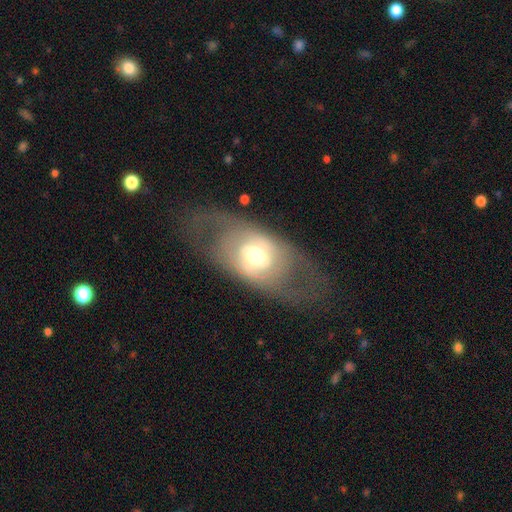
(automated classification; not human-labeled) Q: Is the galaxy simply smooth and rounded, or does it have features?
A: featured or disk — 66%.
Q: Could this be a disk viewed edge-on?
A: no — 87%.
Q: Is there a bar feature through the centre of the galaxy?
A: weak — 40%.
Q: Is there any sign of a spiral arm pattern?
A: no — 54%.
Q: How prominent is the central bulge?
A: moderate — 60%.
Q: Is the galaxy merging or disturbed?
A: none — 65%.